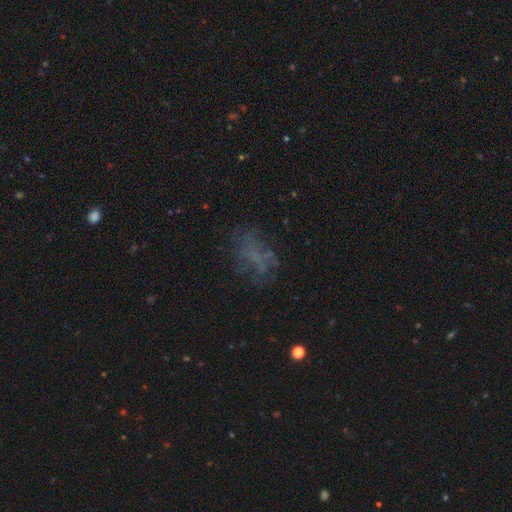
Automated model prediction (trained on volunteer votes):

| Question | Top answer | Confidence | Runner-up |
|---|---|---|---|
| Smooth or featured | smooth | 37% | featured or disk (35%) |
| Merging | none | 57% | major disturbance (23%) |